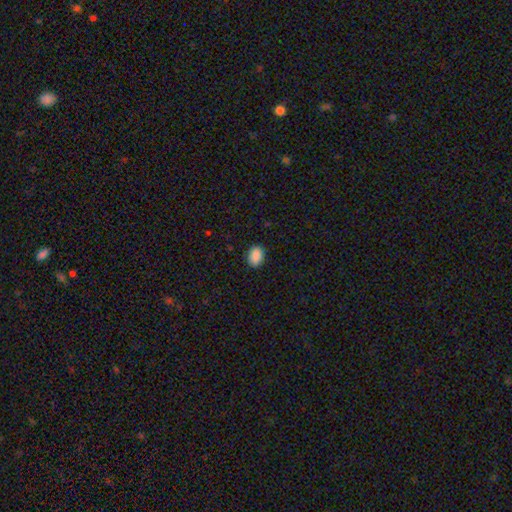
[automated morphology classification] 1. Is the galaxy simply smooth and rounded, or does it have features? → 89% smooth, 8% star or artifact, 3% featured or disk.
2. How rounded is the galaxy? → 80% in between, 19% round, 1% cigar-shaped.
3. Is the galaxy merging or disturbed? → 87% none, 10% minor disturbance, 2% major disturbance, 1% merger.